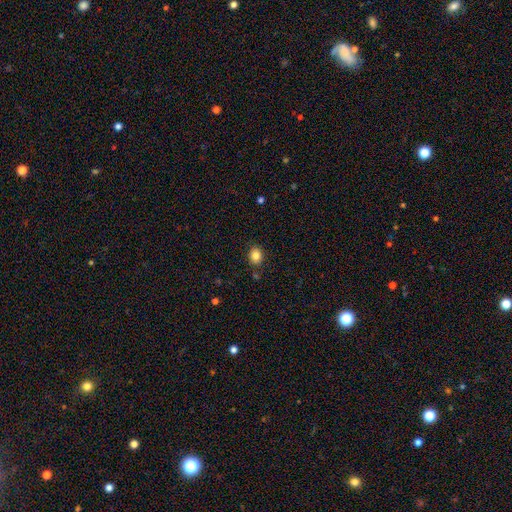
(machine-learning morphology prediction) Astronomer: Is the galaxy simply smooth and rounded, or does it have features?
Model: smooth — 83%.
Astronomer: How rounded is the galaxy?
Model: round — 51% (runner-up: in between, 49%).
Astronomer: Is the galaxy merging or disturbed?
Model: none — 84%.